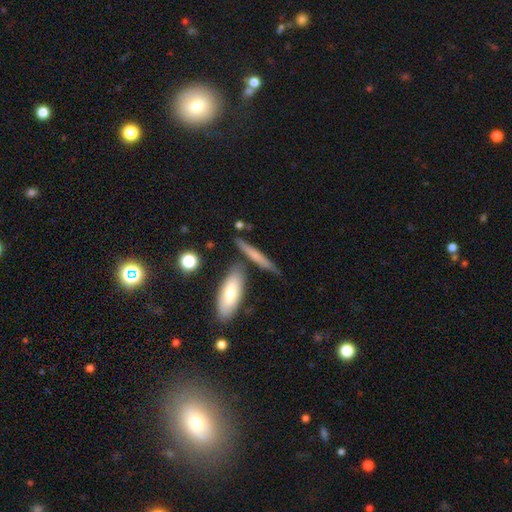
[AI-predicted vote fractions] A smooth galaxy with no disk features (56%) that is cigar-shaped (87%). Merging: none (73%).